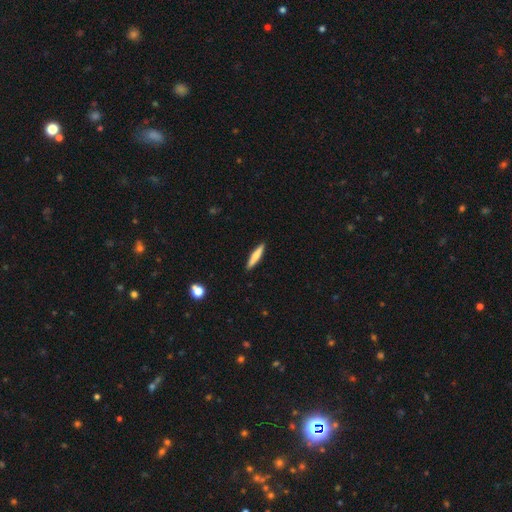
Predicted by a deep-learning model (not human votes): Smooth or featured?
  - smooth: 69% *
  - featured or disk: 25%
  - star or artifact: 6%
How rounded?
  - cigar-shaped: 90% *
  - in between: 8%
  - round: 1%
Merging?
  - none: 91% *
  - minor disturbance: 6%
  - major disturbance: 1%
  - merger: 1%